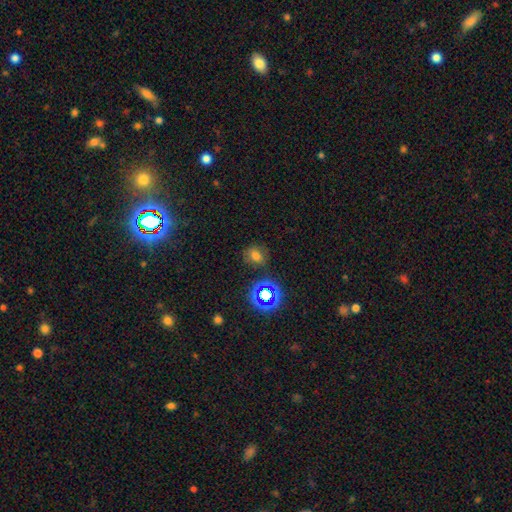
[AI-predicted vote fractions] Smooth or featured?
  - smooth: 64% *
  - star or artifact: 27%
  - featured or disk: 9%
How rounded?
  - round: 57% *
  - in between: 42%
  - cigar-shaped: 1%
Merging?
  - none: 81% *
  - minor disturbance: 12%
  - major disturbance: 4%
  - merger: 3%